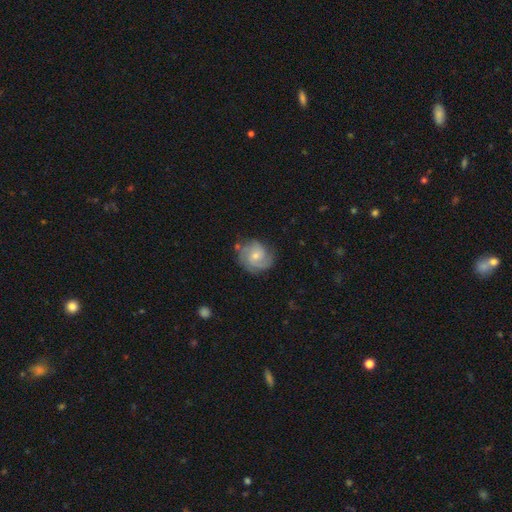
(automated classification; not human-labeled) The model was most divided on "spiral winding": tight: 49%, medium: 38%, loose: 13%. Remaining: edge-on disk — no (98%); spiral arms — yes (92%); smooth or featured — featured or disk (70%); bar — no (70%); merging — none (68%); bulge size — small (58%); spiral arm count — 2 (41%).